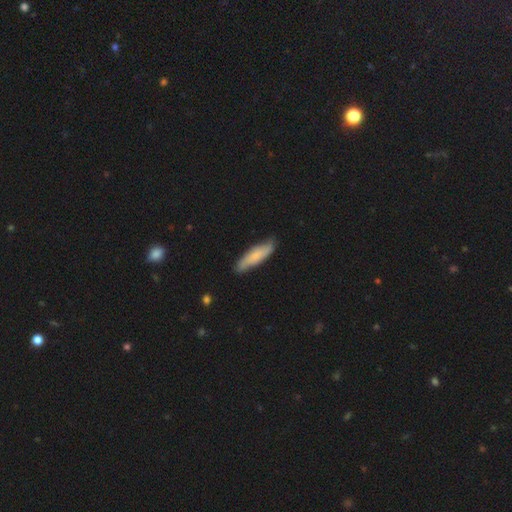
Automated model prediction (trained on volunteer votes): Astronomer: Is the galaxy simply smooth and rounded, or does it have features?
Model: smooth — 70%.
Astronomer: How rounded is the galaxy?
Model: cigar-shaped — 71%.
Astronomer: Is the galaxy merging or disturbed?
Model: none — 81%.